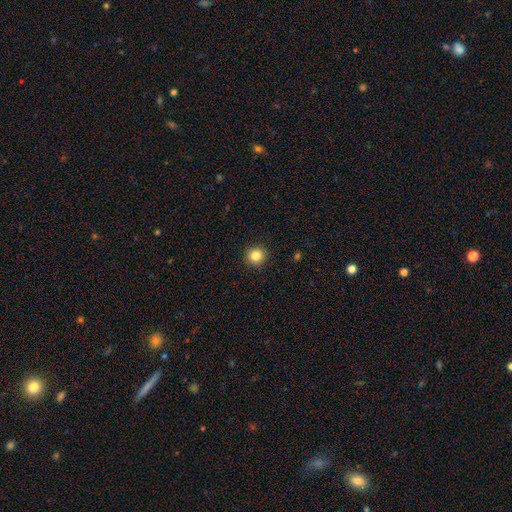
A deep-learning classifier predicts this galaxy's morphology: A smooth galaxy with no disk features (84%) that is round (94%).

Vote fractions:
- Smooth or featured? smooth: 84% / star or artifact: 11% / featured or disk: 5%
- How rounded? round: 94% / in between: 5% / cigar-shaped: 1%
- Merging? none: 92% / minor disturbance: 5% / major disturbance: 2% / merger: 1%